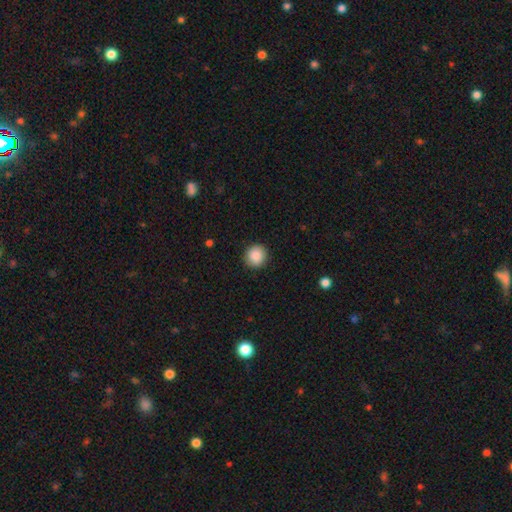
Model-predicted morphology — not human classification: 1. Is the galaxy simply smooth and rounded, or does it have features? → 88% smooth, 8% star or artifact, 4% featured or disk.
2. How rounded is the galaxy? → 90% round, 9% in between, 1% cigar-shaped.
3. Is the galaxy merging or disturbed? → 90% none, 7% minor disturbance, 2% major disturbance, 1% merger.